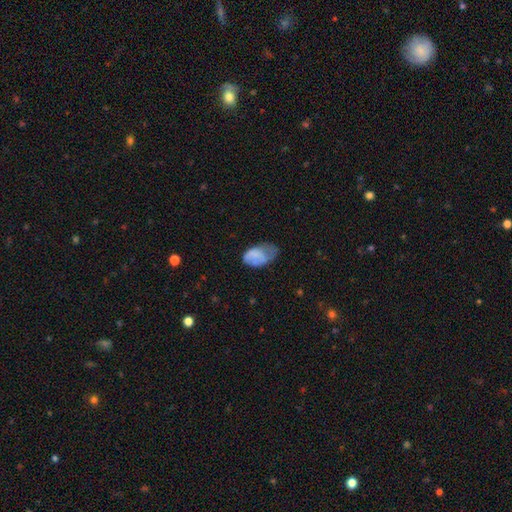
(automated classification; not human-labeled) A smooth galaxy with no disk features (68%) that is in between round and cigar-shaped (91%). Merging: minor disturbance (40%).